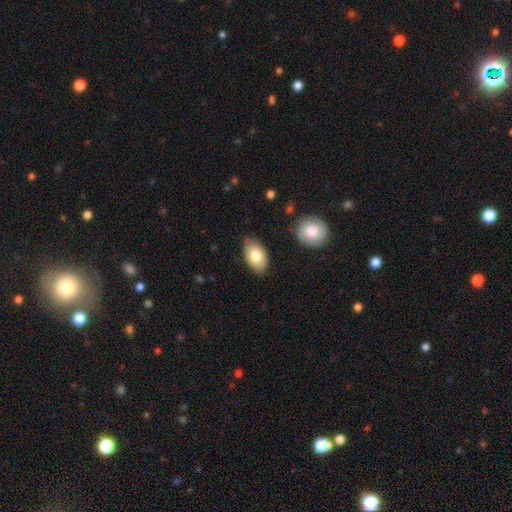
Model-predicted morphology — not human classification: A smooth galaxy with no disk features (79%) that is in between round and cigar-shaped (93%). Merging: none (78%).